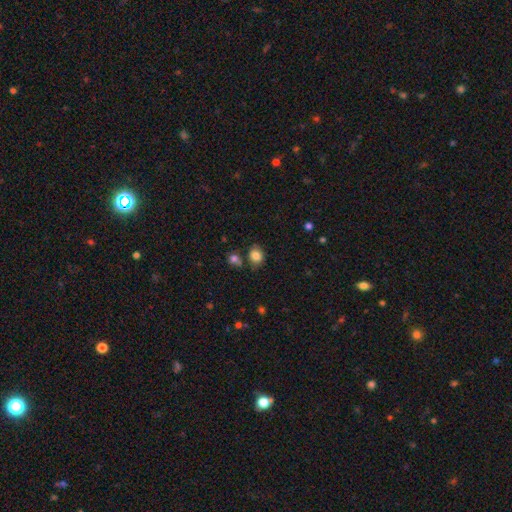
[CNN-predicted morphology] smooth 83%, star or artifact 10%, featured or disk 6%. Down the decision tree: how rounded — round (52%); merging — none (73%).